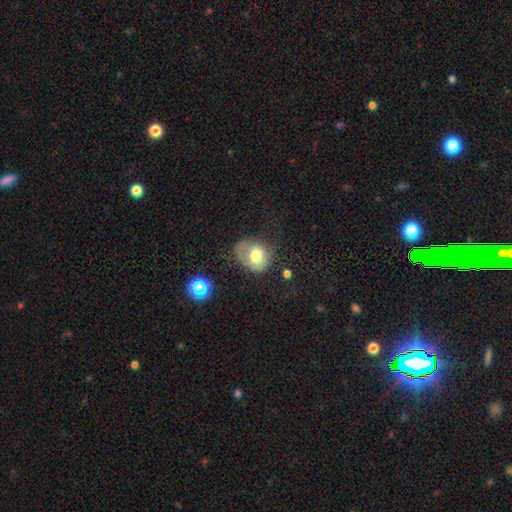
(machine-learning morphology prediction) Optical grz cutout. It shows a smooth galaxy with no disk features (67%) that is round (53%). Merging: none (33%).